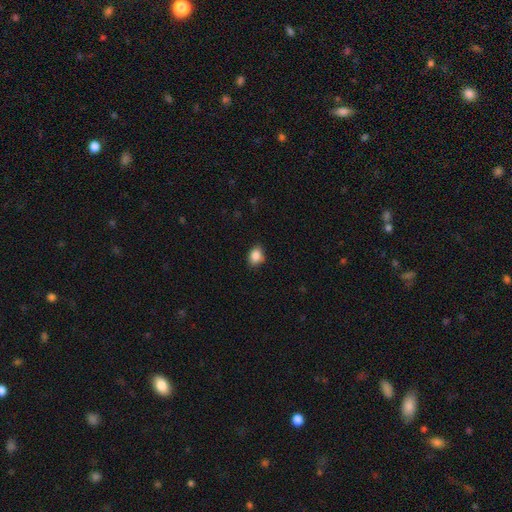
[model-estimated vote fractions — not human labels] smooth 87%, star or artifact 9%, featured or disk 4%. Down the decision tree: how rounded — in between (64%); merging — none (80%).